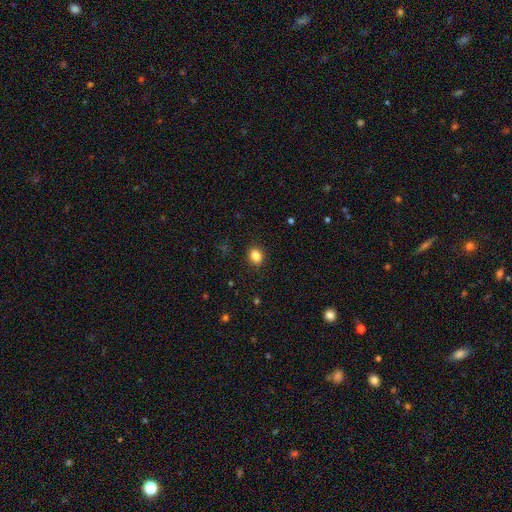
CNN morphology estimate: A smooth galaxy with no disk features (85%) that is in between round and cigar-shaped (50%).

Vote fractions:
- Smooth or featured? smooth: 85% / star or artifact: 11% / featured or disk: 5%
- How rounded? in between: 50% / round: 49% / cigar-shaped: 1%
- Merging? none: 90% / minor disturbance: 7% / major disturbance: 2% / merger: 1%